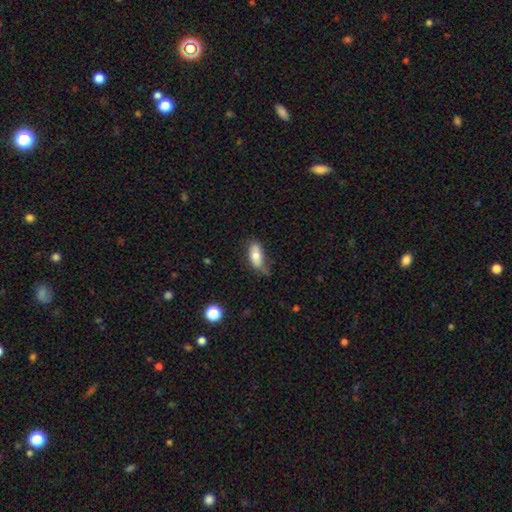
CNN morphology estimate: Smooth or featured? smooth (72%)
How rounded? in between (82%)
Merging? none (51%)